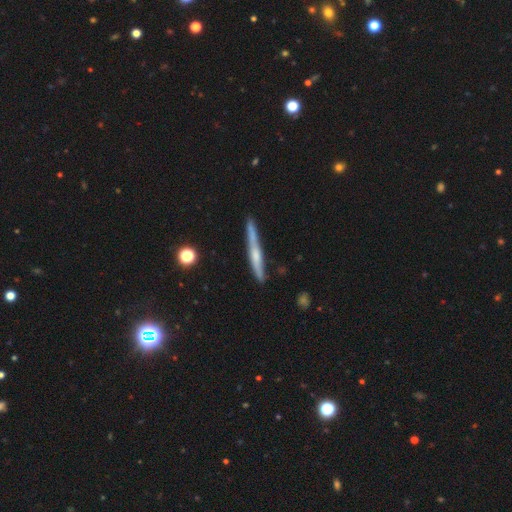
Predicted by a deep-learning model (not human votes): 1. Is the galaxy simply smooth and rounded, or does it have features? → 58% featured or disk, 35% smooth, 6% star or artifact.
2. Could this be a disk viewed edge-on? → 96% yes, 4% no.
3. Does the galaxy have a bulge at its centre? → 54% rounded, 33% none, 13% boxy.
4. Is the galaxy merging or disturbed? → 82% none, 13% minor disturbance, 3% merger, 2% major disturbance.